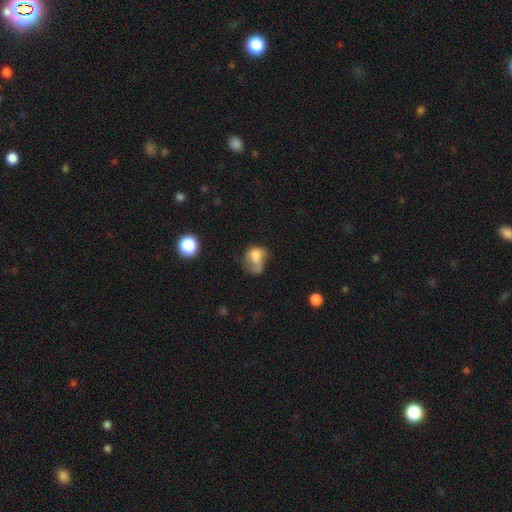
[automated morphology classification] This is likely a smooth galaxy (65%). How rounded: likely in between (61%). Merging: marginally major disturbance (32%).